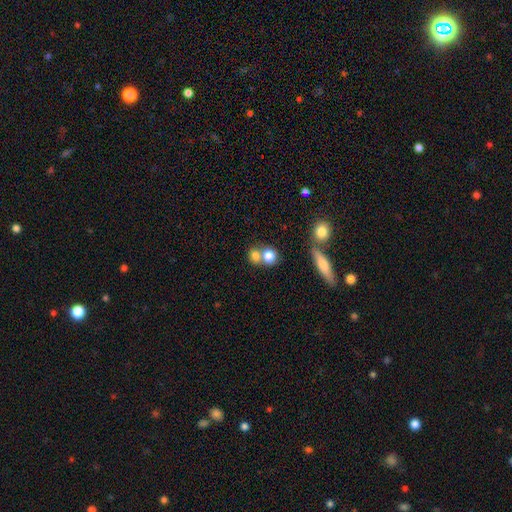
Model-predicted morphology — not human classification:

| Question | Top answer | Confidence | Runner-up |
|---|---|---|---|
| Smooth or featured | smooth | 77% | featured or disk (13%) |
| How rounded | round | 76% | in between (22%) |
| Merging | merger | 52% | none (38%) |